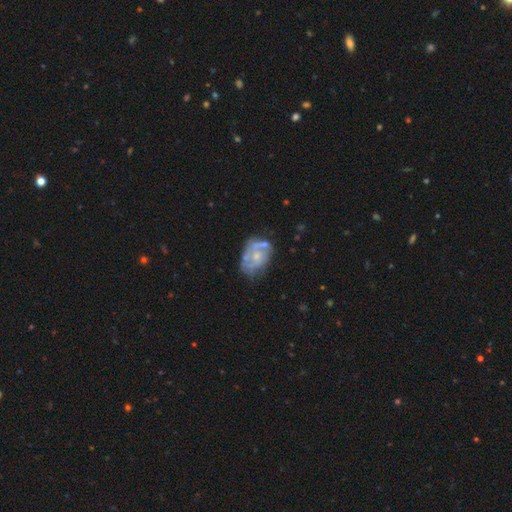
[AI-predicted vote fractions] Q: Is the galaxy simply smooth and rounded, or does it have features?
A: featured or disk — 67%.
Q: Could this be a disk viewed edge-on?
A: no — 97%.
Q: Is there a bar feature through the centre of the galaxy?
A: no — 83%.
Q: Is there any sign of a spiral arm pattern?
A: no — 53%.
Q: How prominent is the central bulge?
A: small — 52%.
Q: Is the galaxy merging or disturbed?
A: none — 44%.